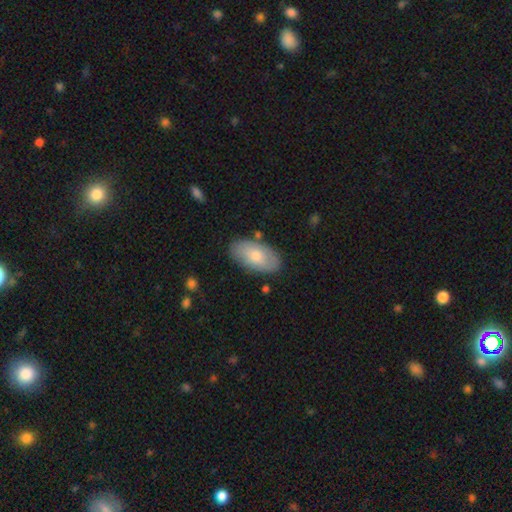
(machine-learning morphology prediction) smooth-or-featured: smooth: 72% | featured or disk: 22% | star or artifact: 5%
  how-rounded: in between: 95% | round: 3% | cigar-shaped: 2%
  merging: none: 82% | minor disturbance: 13% | major disturbance: 3% | merger: 2%